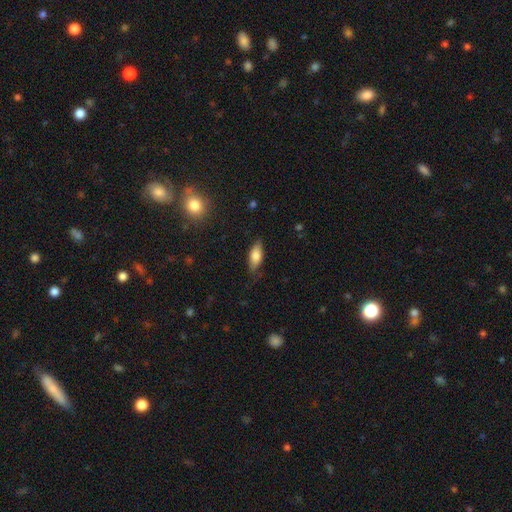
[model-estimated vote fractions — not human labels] smooth 75%, featured or disk 18%, star or artifact 7%. Down the decision tree: how rounded — in between (78%); merging — none (74%).